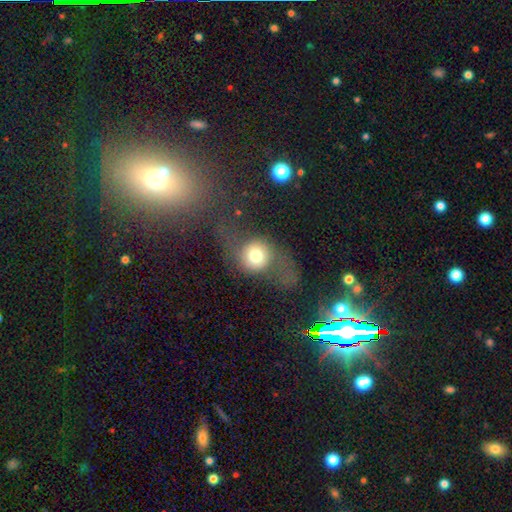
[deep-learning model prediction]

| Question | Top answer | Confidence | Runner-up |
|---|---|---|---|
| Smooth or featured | smooth | 61% | featured or disk (27%) |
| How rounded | round | 83% | in between (15%) |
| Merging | none | 38% | major disturbance (37%) |